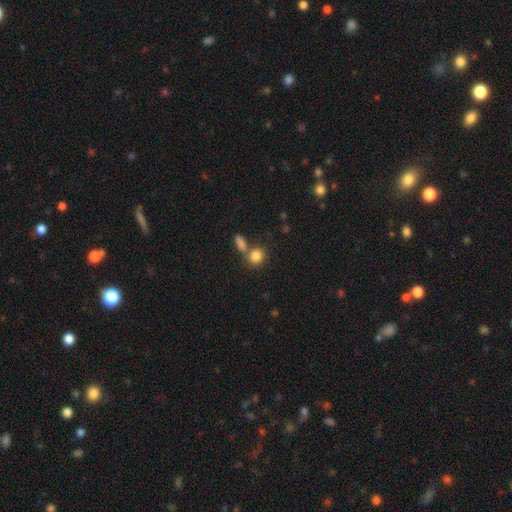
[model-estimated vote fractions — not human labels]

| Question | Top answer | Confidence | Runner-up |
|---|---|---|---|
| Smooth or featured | smooth | 84% | star or artifact (9%) |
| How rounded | round | 72% | in between (26%) |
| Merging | none | 53% | merger (33%) |